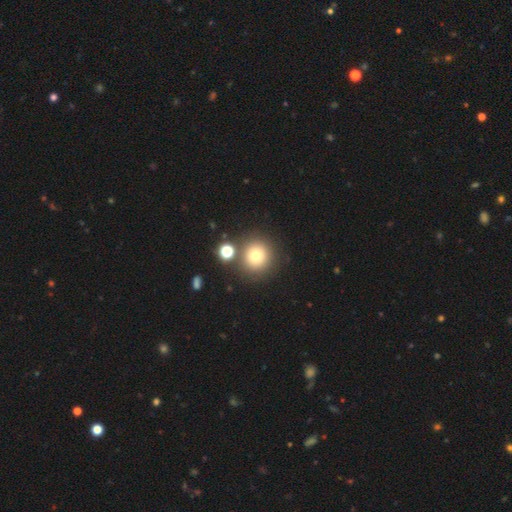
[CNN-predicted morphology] A smooth galaxy with no disk features (76%) that is round (93%).

Vote fractions:
- Smooth or featured? smooth: 76% / star or artifact: 14% / featured or disk: 10%
- How rounded? round: 93% / in between: 6% / cigar-shaped: 1%
- Merging? none: 79% / merger: 10% / minor disturbance: 8% / major disturbance: 3%